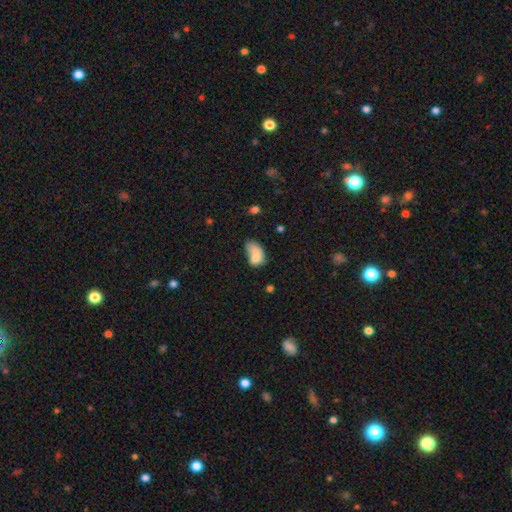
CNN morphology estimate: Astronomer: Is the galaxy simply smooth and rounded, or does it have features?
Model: smooth — 73%.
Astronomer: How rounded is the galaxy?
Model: in between — 82%.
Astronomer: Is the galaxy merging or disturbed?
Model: merger — 36% (runner-up: minor disturbance, 23%).